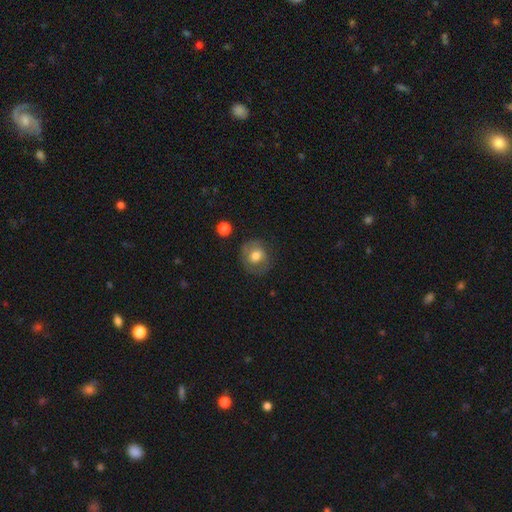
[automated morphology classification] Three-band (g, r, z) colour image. It shows a smooth galaxy with no disk features (63%) that is round (76%). Merging: none (72%).